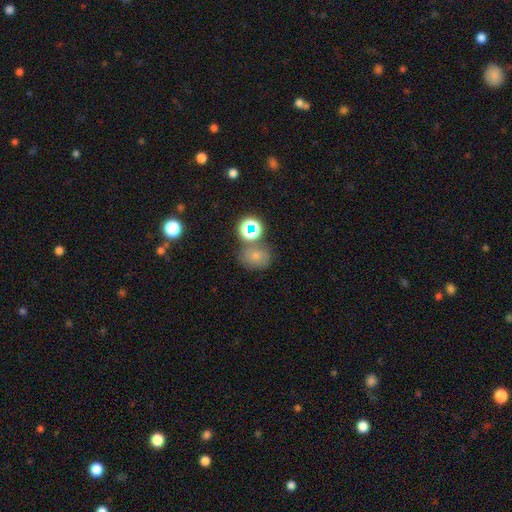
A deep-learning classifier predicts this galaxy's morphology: smooth-or-featured: smooth: 65% | star or artifact: 22% | featured or disk: 13%
  how-rounded: round: 53% | in between: 46% | cigar-shaped: 1%
  merging: none: 58% | merger: 20% | minor disturbance: 16% | major disturbance: 7%